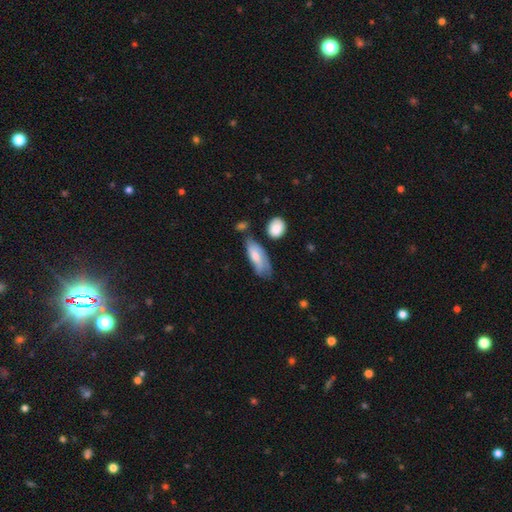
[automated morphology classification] The model was most divided on "merging": none: 41%, minor disturbance: 35%, major disturbance: 15%, merger: 9%. More confident: how rounded — in between (77%); smooth or featured — smooth (64%).